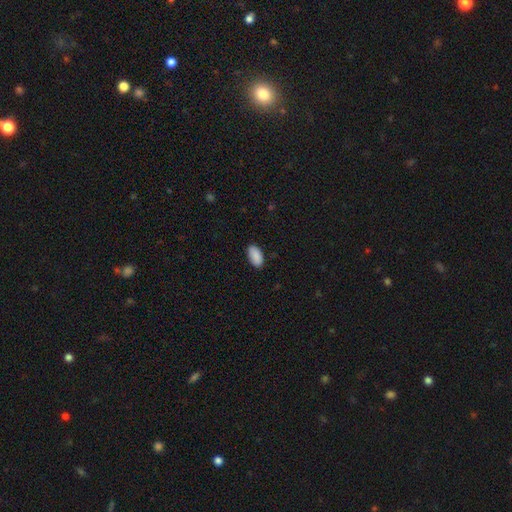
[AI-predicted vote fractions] Q: Smooth or featured?
A: smooth (90%); runner-up: star or artifact (7%)
Q: How rounded?
A: in between (95%); runner-up: round (3%)
Q: Merging?
A: none (87%); runner-up: minor disturbance (10%)